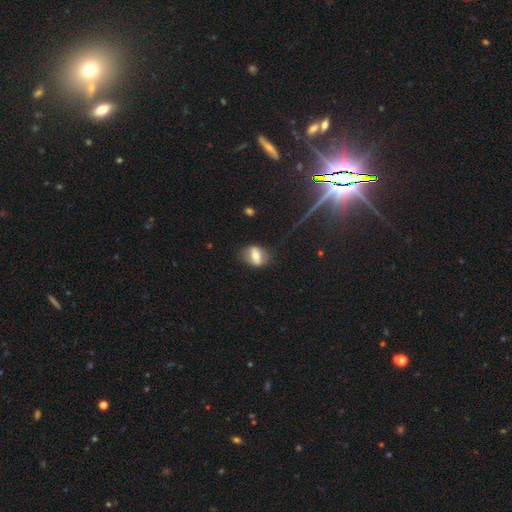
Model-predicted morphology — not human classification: Smooth or featured? Predicted: smooth (p=0.47). Merging? Predicted: none (p=0.75).